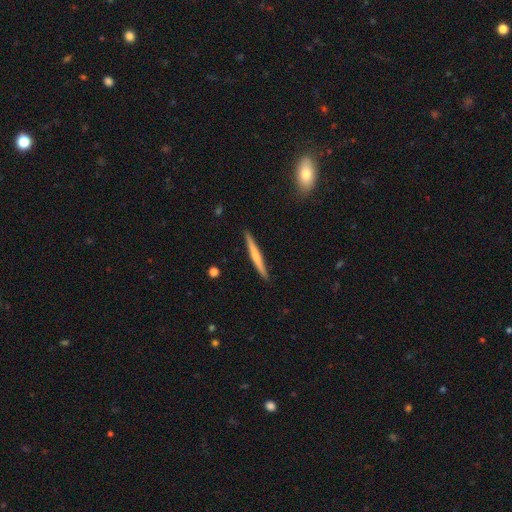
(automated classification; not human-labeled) A featured or disk galaxy (47%, tied with smooth).

Vote fractions:
- Smooth or featured? featured or disk: 47% (tied) / smooth: 47% (tied) / star or artifact: 5%
- Merging? none: 91% / minor disturbance: 7% / major disturbance: 1% / merger: 1%